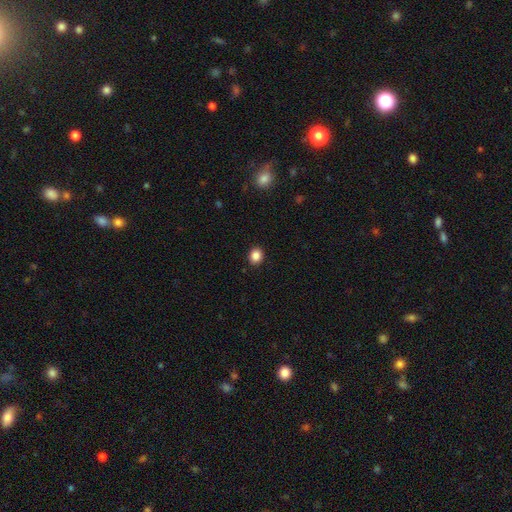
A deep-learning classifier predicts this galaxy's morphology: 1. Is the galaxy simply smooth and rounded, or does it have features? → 86% smooth, 10% star or artifact, 4% featured or disk.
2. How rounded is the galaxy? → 71% round, 29% in between, 1% cigar-shaped.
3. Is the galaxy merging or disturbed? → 91% none, 6% minor disturbance, 2% major disturbance, 1% merger.